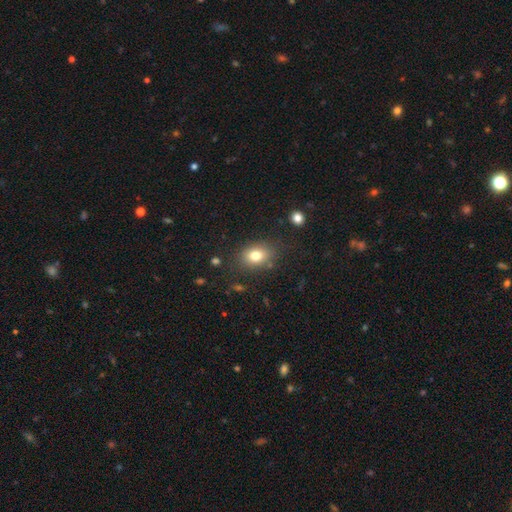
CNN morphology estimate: A smooth galaxy with no disk features (78%) that is in between round and cigar-shaped (64%). Merging: none (79%).